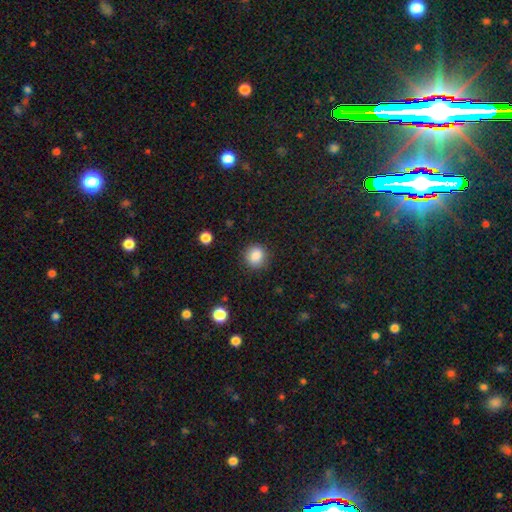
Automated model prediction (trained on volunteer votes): This appears to be a smooth galaxy with no disk features (86%) that is round (83%). Merging: none (86%).